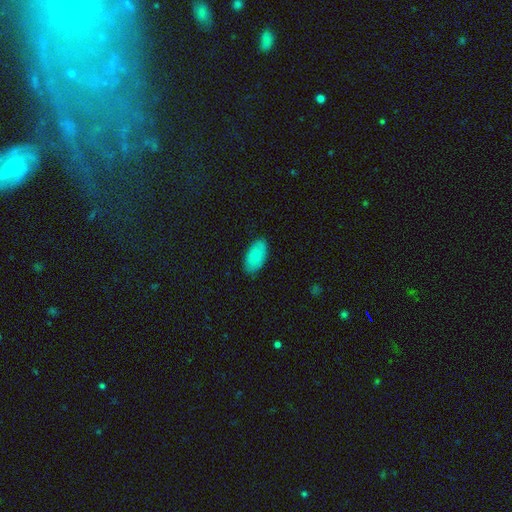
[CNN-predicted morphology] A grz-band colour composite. It shows a smooth galaxy with no disk features (85%) that is in between round and cigar-shaped (95%). Merging: none (85%).